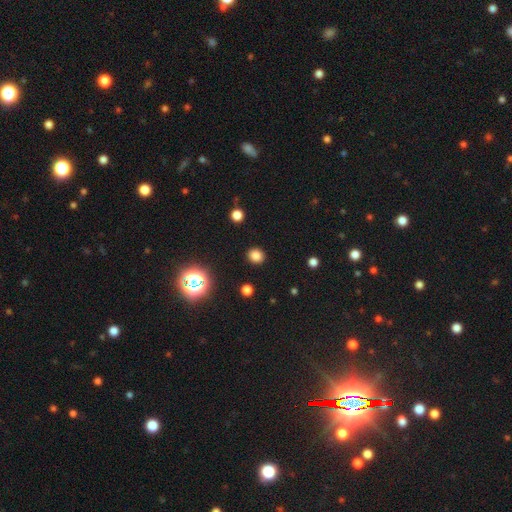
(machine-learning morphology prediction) Smooth or featured?
  - smooth: 80% *
  - star or artifact: 15%
  - featured or disk: 4%
How rounded?
  - round: 80% *
  - in between: 19%
  - cigar-shaped: 1%
Merging?
  - none: 91% *
  - minor disturbance: 6%
  - major disturbance: 2%
  - merger: 1%